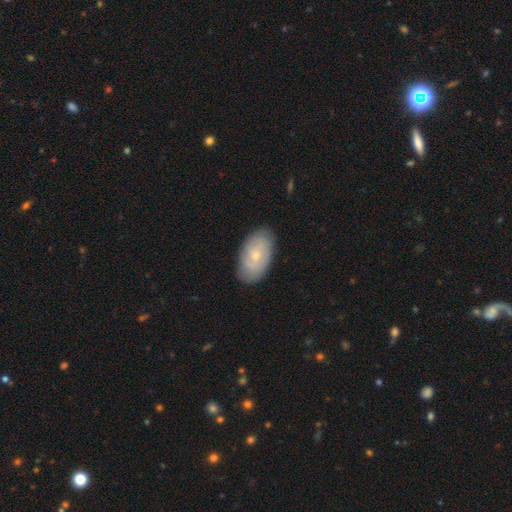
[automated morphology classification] Smooth or featured: smooth — 51% (featured or disk — 42%)
How rounded: in between — 93% (round — 5%)
Merging: none — 81% (minor disturbance — 15%)